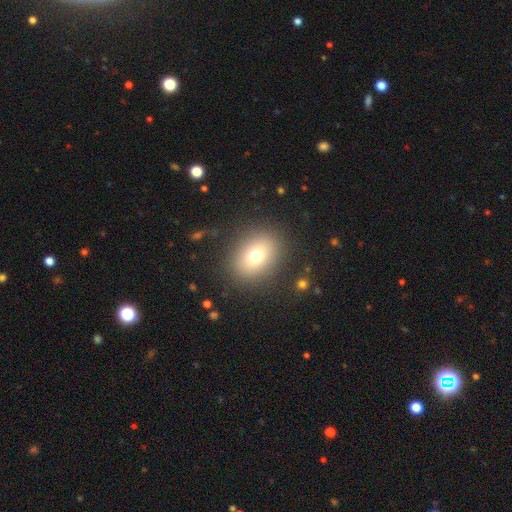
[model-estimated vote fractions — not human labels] This is likely a smooth galaxy (73%). How rounded: possibly round (50%). Merging: clearly none (87%).